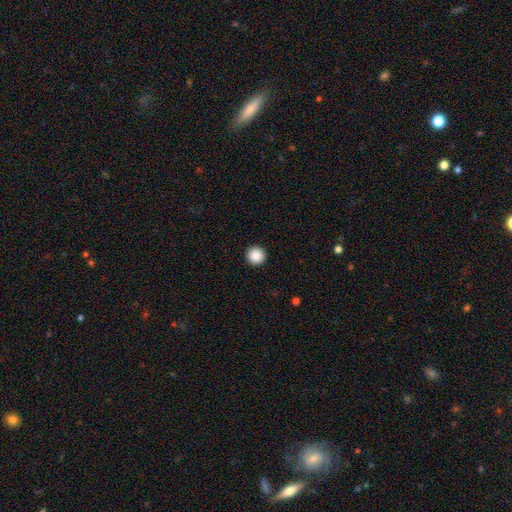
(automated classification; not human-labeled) This appears to be a smooth galaxy with no disk features (88%) that is round (97%). Merging: none (94%).